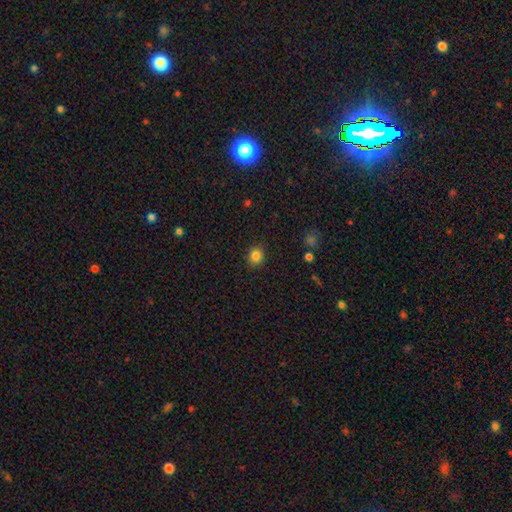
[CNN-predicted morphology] smooth_or_featured: smooth (p=0.83) [alt: star or artifact p=0.11]
how_rounded: round (p=0.81) [alt: in between p=0.18]
merging: none (p=0.89) [alt: minor disturbance p=0.07]